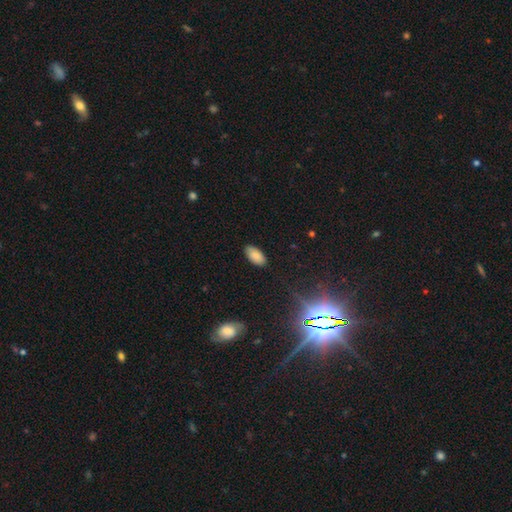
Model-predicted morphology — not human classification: Overall: smooth (85%). How rounded: in between (95%). Merging: none (86%).